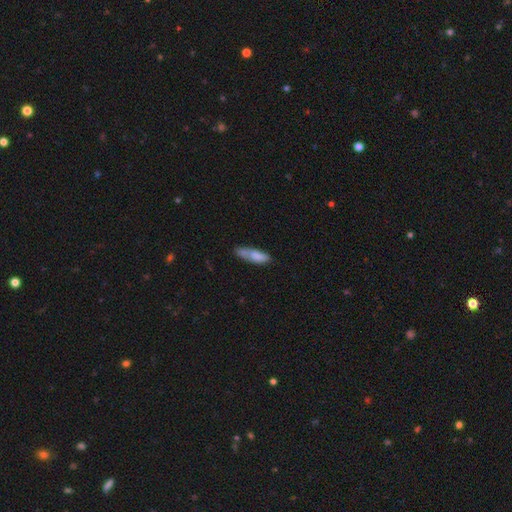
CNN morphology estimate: Smooth or featured?
  - smooth: 77% *
  - featured or disk: 16%
  - star or artifact: 7%
How rounded?
  - cigar-shaped: 56% *
  - in between: 42%
  - round: 2%
Merging?
  - none: 53% *
  - minor disturbance: 28%
  - merger: 12%
  - major disturbance: 8%